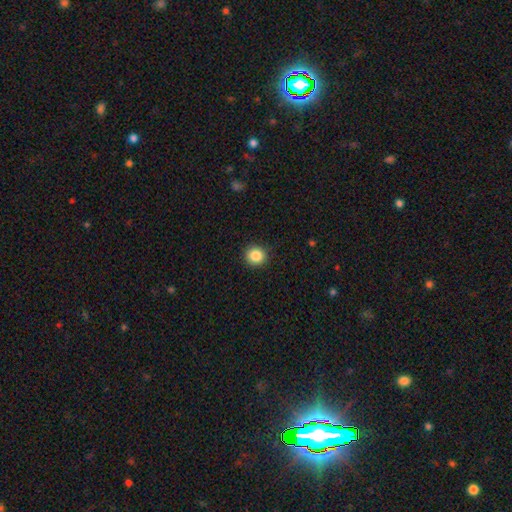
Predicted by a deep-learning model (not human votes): Smooth or featured? smooth (86%)
How rounded? round (89%)
Merging? none (91%)